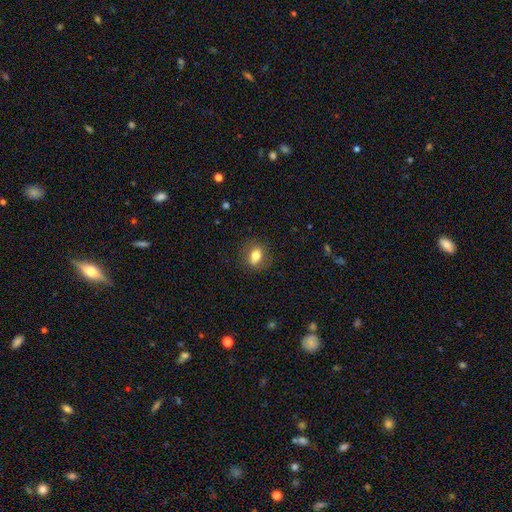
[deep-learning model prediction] Overall: smooth (73%). How rounded: in between (54%; round 44%). Merging: none (79%).